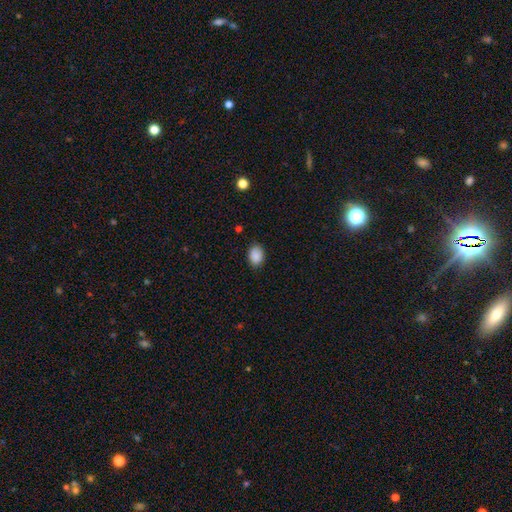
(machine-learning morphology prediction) A smooth galaxy with no disk features (89%) that is in between round and cigar-shaped (78%). Merging: none (85%).